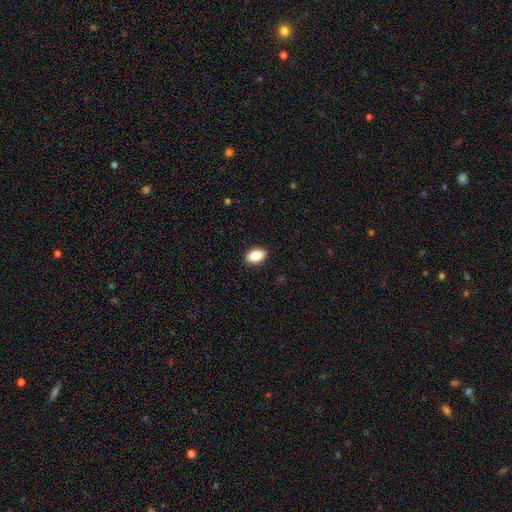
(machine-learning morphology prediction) smooth-or-featured: smooth: 87% | star or artifact: 7% | featured or disk: 5%
  how-rounded: in between: 90% | round: 9% | cigar-shaped: 2%
  merging: none: 90% | minor disturbance: 8% | major disturbance: 2% | merger: 1%